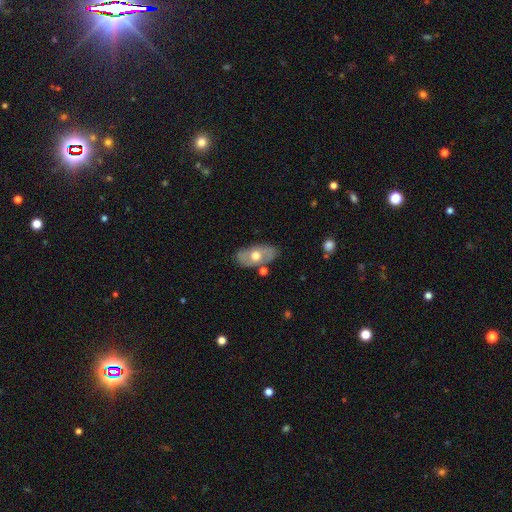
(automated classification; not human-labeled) Smooth or featured? featured or disk (48%)
Merging? none (75%)